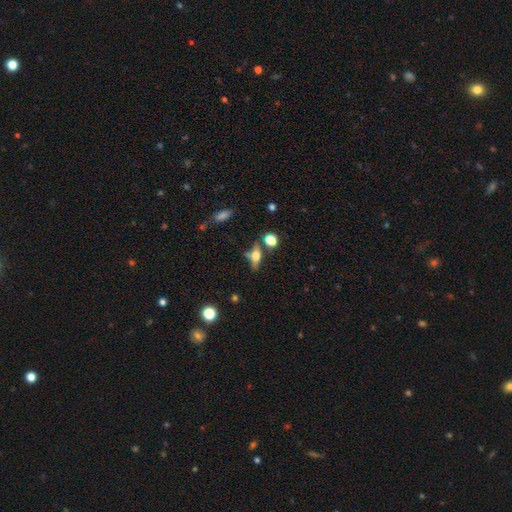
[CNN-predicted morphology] A smooth galaxy with no disk features (46%).

Vote fractions:
- Smooth or featured? smooth: 46% / featured or disk: 43% / star or artifact: 11%
- Merging? none: 62% / minor disturbance: 16% / merger: 15% / major disturbance: 7%